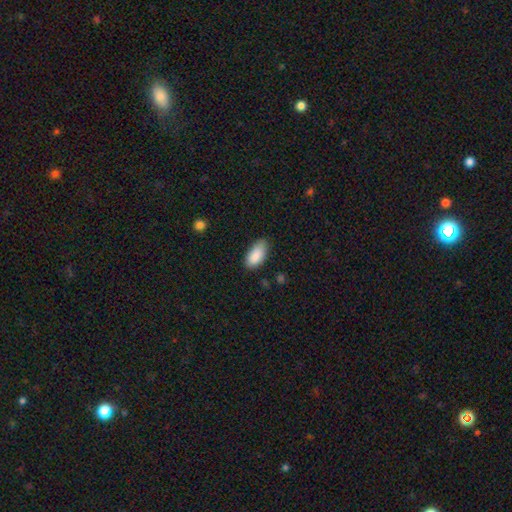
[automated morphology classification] Smooth or featured?
  - smooth: 88% *
  - star or artifact: 7%
  - featured or disk: 5%
How rounded?
  - in between: 92% *
  - cigar-shaped: 6%
  - round: 2%
Merging?
  - none: 73% *
  - minor disturbance: 22%
  - major disturbance: 3%
  - merger: 1%